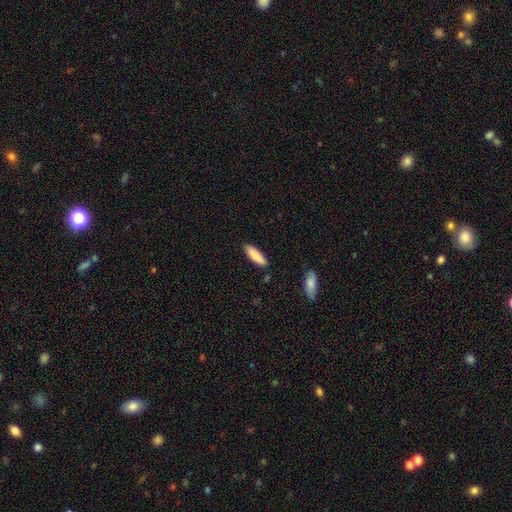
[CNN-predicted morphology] Smooth or featured?
  - smooth: 84% *
  - featured or disk: 10%
  - star or artifact: 6%
How rounded?
  - cigar-shaped: 51% *
  - in between: 47%
  - round: 1%
Merging?
  - none: 87% *
  - minor disturbance: 9%
  - merger: 2%
  - major disturbance: 2%